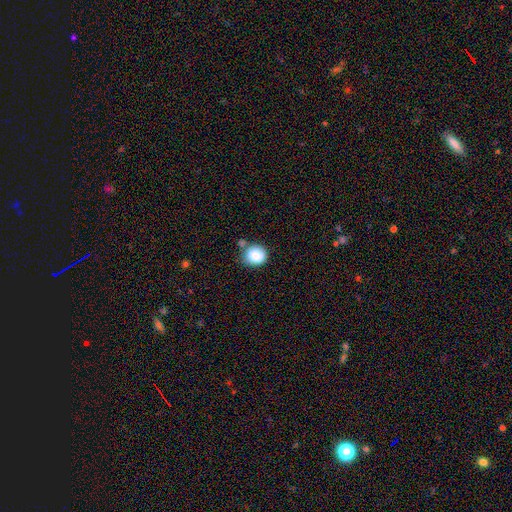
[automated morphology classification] Smooth or featured? Predicted: smooth (p=0.85). How rounded? Predicted: round (p=0.78). Merging? Predicted: none (p=0.63).